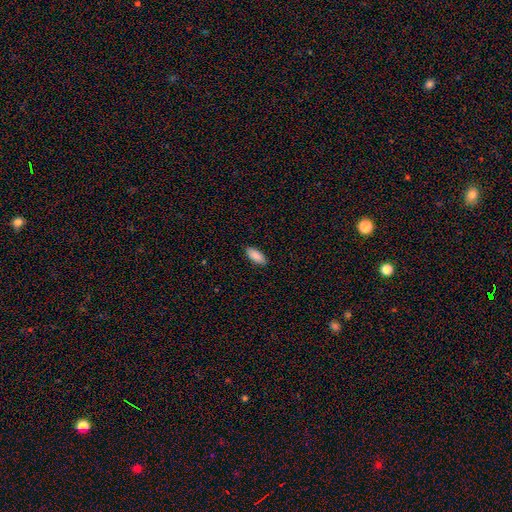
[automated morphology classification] Q: Smooth or featured?
A: smooth (90%); runner-up: star or artifact (6%)
Q: How rounded?
A: in between (85%); runner-up: cigar-shaped (14%)
Q: Merging?
A: none (89%); runner-up: minor disturbance (9%)